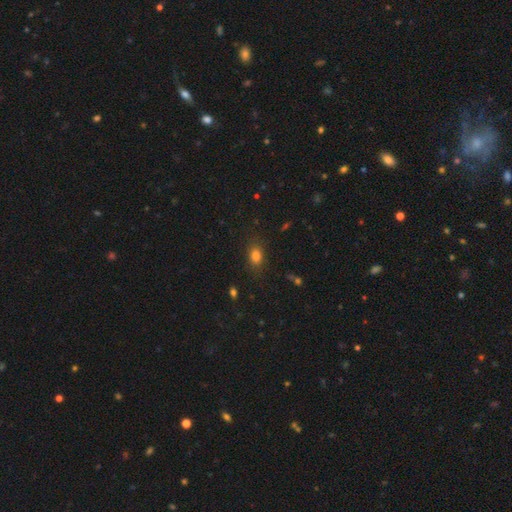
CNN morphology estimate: type=smooth (80%); roundness=in between (72%); merging=none (83%).